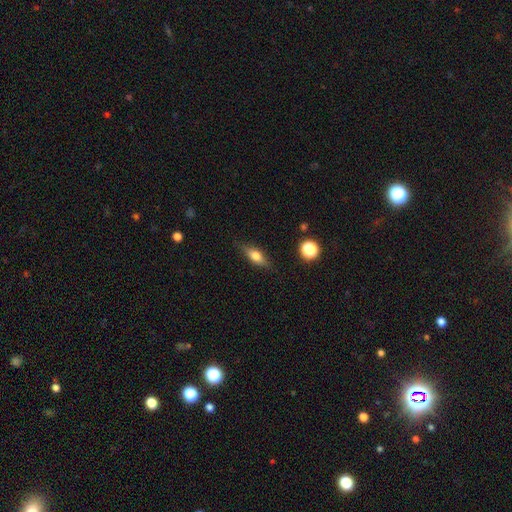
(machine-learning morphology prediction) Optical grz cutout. It shows a smooth galaxy with no disk features (58%) that is in between round and cigar-shaped (58%). Merging: none (83%).